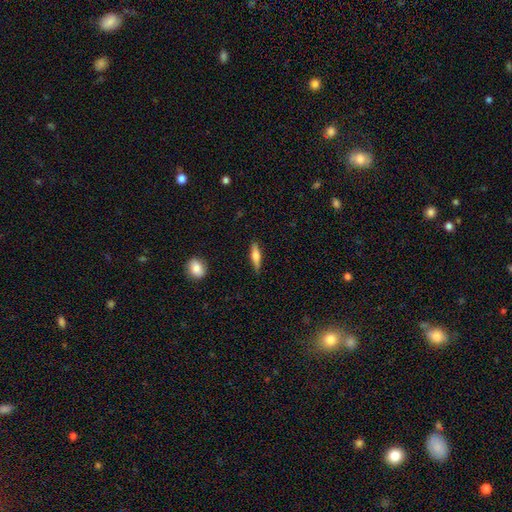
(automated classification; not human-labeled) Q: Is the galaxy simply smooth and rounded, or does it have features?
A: smooth — 53%.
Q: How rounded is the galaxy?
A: cigar-shaped — 71%.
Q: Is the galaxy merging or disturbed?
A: none — 87%.